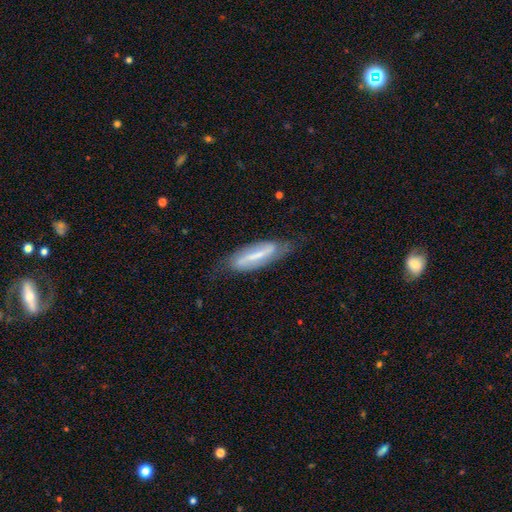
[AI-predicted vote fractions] Morphology: type=featured or disk (72%); edge-on=no (83%); bar=strong (67%); spiral arms=yes (84%); winding=loose (45%); arm count=2 (85%); bulge=small (54%); merging=none (70%).